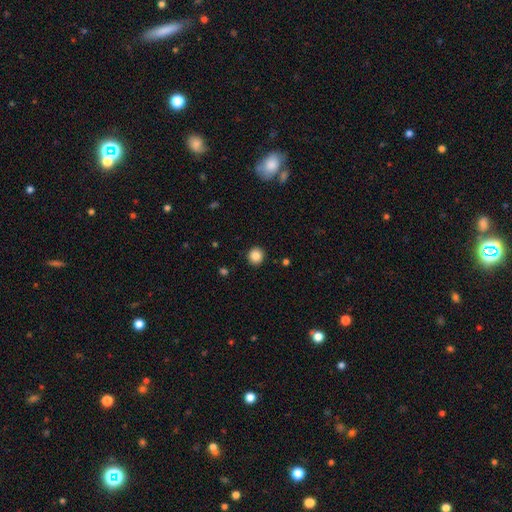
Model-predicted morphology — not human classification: A smooth galaxy with no disk features (87%) that is round (93%).

Vote fractions:
- Smooth or featured? smooth: 87% / star or artifact: 10% / featured or disk: 4%
- How rounded? round: 93% / in between: 6% / cigar-shaped: 1%
- Merging? none: 92% / minor disturbance: 5% / major disturbance: 2% / merger: 1%